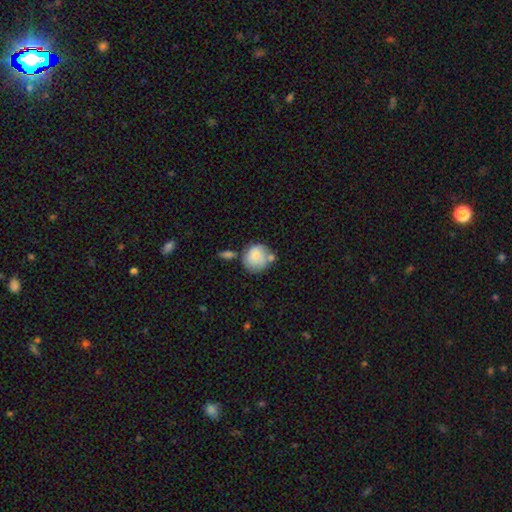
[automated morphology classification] type=smooth (79%); roundness=round (81%); merging=none (49%).